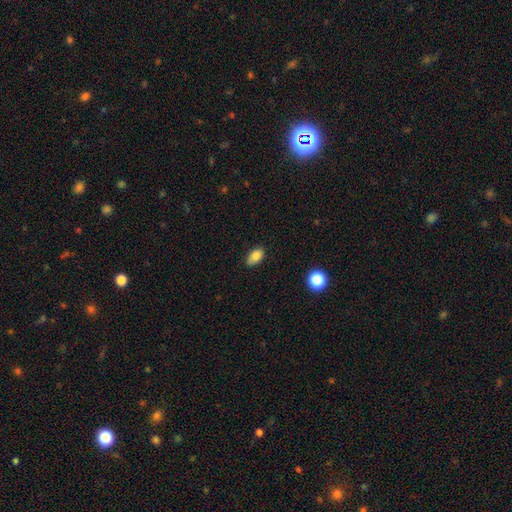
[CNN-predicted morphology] The model was most divided on "merging": none: 79%, minor disturbance: 17%, major disturbance: 3%, merger: 1%. More confident: how rounded — in between (91%); smooth or featured — smooth (82%).